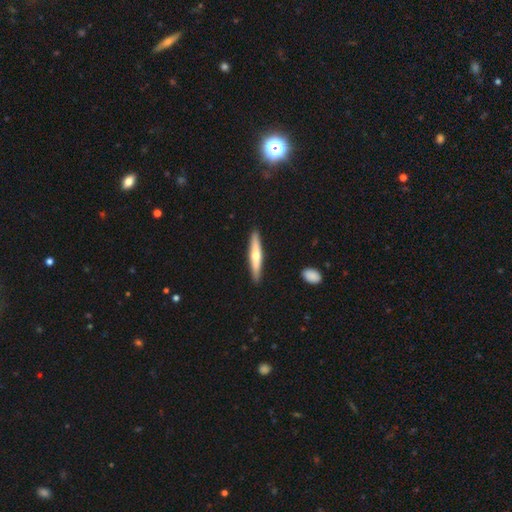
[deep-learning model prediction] Smooth or featured: smooth — 51% (featured or disk — 44%)
How rounded: cigar-shaped — 91% (in between — 8%)
Merging: none — 90% (minor disturbance — 7%)